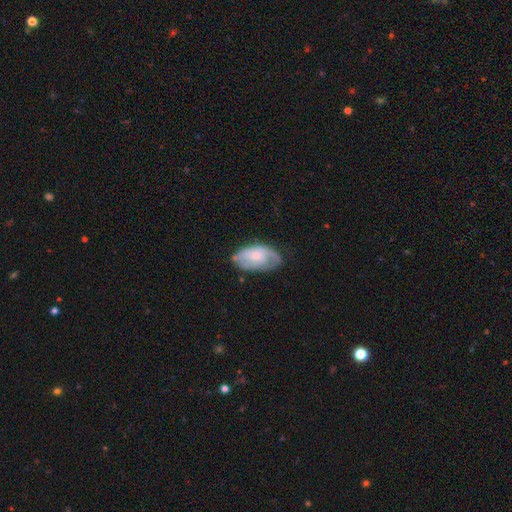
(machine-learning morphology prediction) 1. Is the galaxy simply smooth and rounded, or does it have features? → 63% featured or disk, 32% smooth, 6% star or artifact.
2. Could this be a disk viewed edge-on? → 95% no, 5% yes.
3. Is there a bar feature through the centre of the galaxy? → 71% no, 25% weak, 4% strong.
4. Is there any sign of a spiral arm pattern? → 79% yes, 21% no.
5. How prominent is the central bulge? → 53% small, 41% moderate, 3% none, 2% large, 1% dominant.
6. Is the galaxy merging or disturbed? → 59% none, 28% minor disturbance, 11% major disturbance, 2% merger.